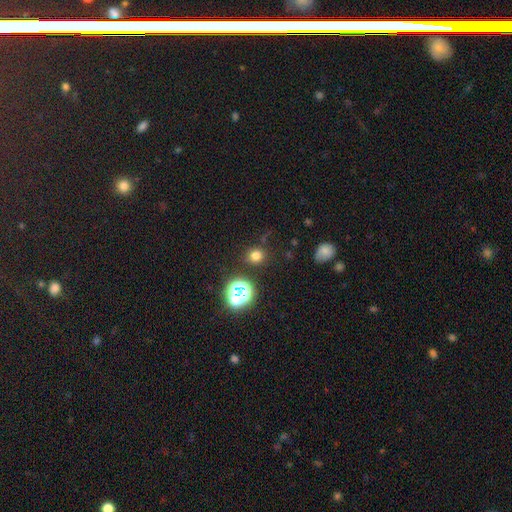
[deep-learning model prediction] Overall: smooth (71%). How rounded: round (79%). Merging: none (83%).